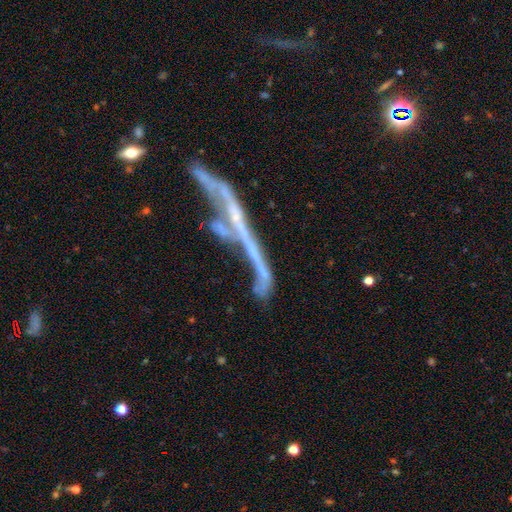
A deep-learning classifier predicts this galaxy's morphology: Smooth or featured? featured or disk (62%)
Edge-on disk? no (57%)
Merging? merger (44%)